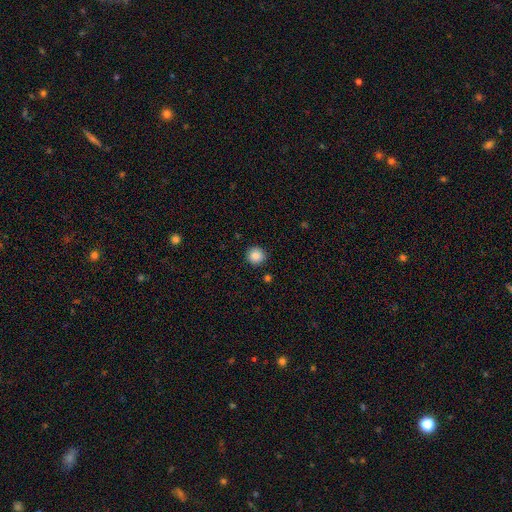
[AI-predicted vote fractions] Overall: smooth (87%). How rounded: round (94%). Merging: none (91%).